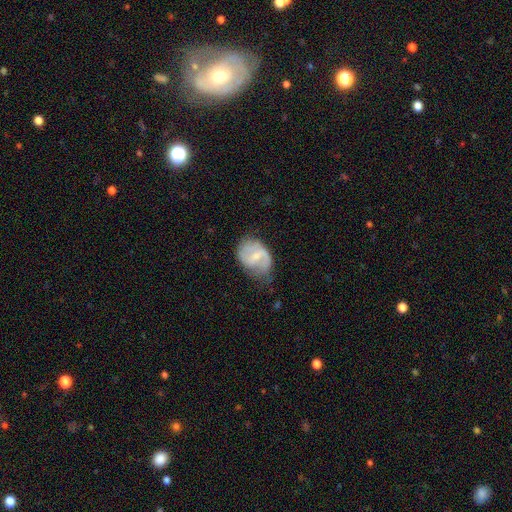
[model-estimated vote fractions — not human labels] Morphology: type=featured or disk (64%); edge-on=no (97%); bar=weak (54%); spiral arms=yes (79%); bulge=small (57%); merging=none (45%).